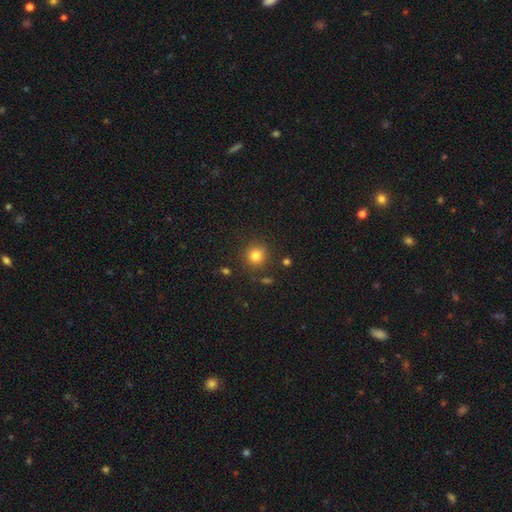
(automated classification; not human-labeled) The model was most divided on "smooth or featured": smooth: 81%, star or artifact: 13%, featured or disk: 6%. More confident: how rounded — round (88%); merging — none (83%).